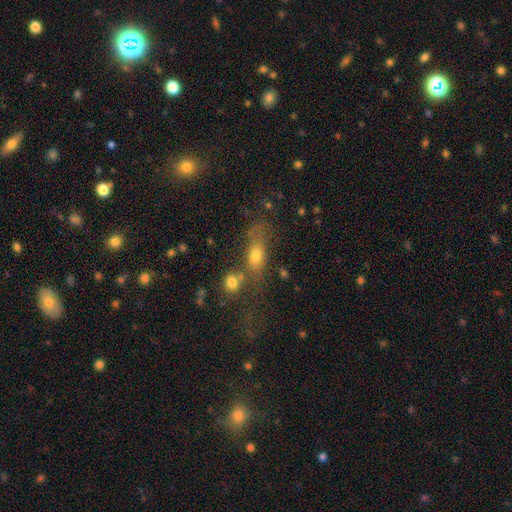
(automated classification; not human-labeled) This is likely a smooth galaxy (68%). How rounded: likely in between (66%). Merging: marginally none (43%).